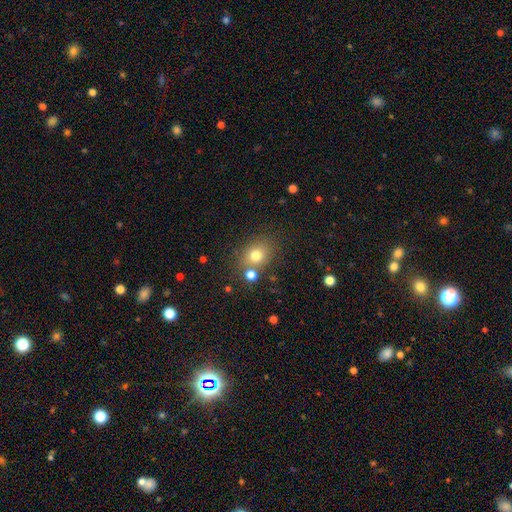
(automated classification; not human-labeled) This is likely a smooth galaxy (75%). How rounded: possibly round (53%). Merging: likely none (69%).